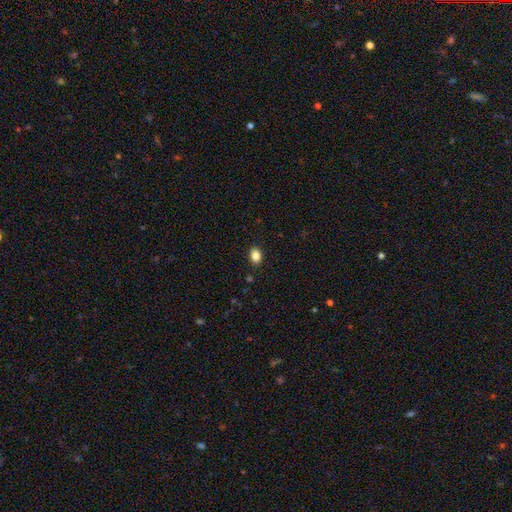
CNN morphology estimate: Smooth or featured: smooth — 85% (star or artifact — 10%)
How rounded: in between — 69% (round — 30%)
Merging: none — 89% (minor disturbance — 8%)